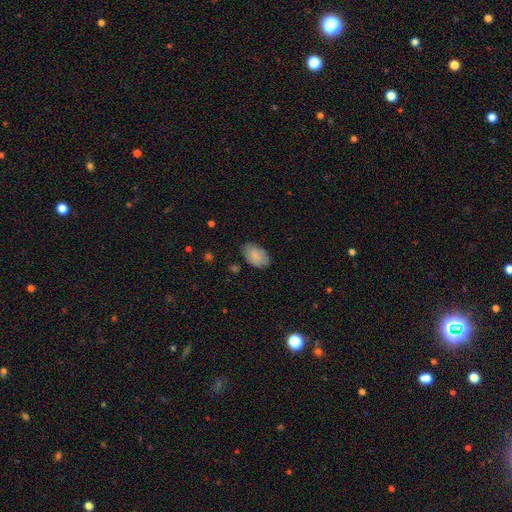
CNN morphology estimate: smooth 85%, featured or disk 9%, star or artifact 6%. Down the decision tree: how rounded — in between (92%); merging — none (78%).